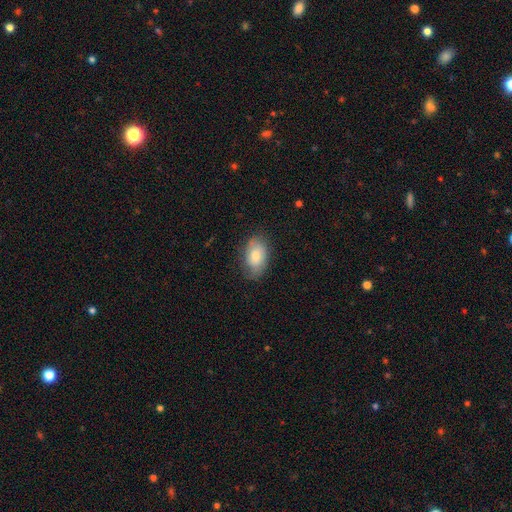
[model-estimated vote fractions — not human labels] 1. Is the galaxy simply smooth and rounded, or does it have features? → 76% smooth, 18% featured or disk, 7% star or artifact.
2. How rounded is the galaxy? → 91% in between, 8% round, 2% cigar-shaped.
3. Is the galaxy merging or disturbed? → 76% none, 19% minor disturbance, 4% major disturbance, 1% merger.